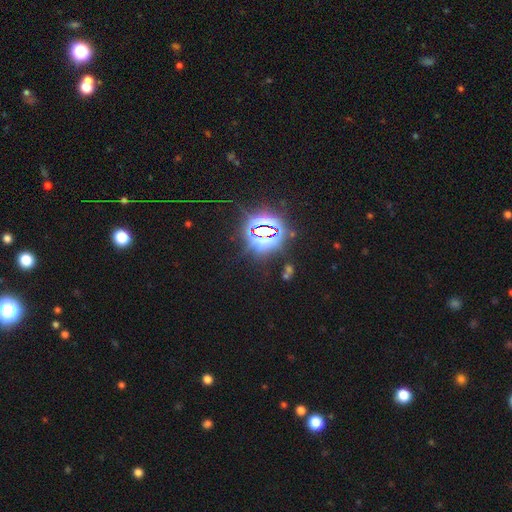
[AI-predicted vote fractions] smooth_or_featured: star or artifact (p=0.84) [alt: smooth p=0.10]